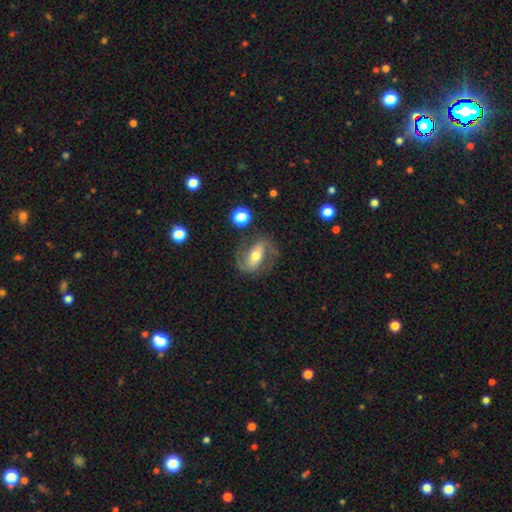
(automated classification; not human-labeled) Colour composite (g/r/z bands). It shows a featured or disk galaxy (82%) with a strong bar (46%), 2 (91%) medium (54%) spiral arms (94%) and a moderate central bulge (62%). Merging: none (74%).